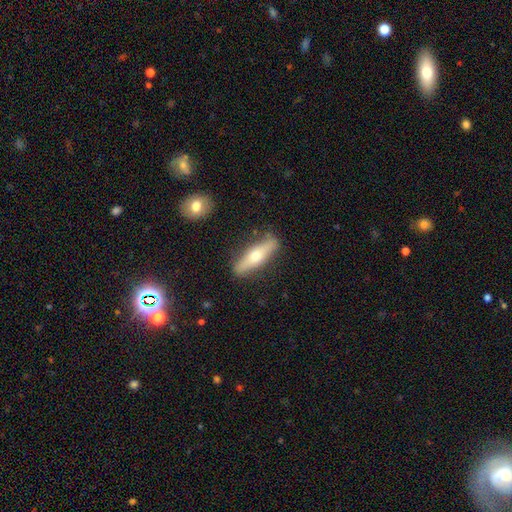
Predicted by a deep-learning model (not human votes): A featured or disk galaxy (49%). Merging: none (84%).